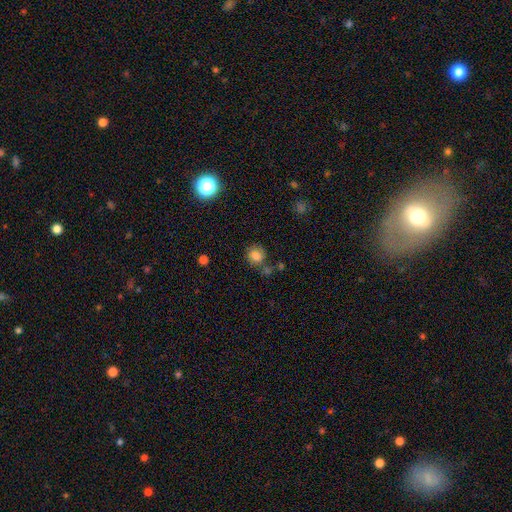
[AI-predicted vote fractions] A smooth galaxy with no disk features (82%) that is round (83%). Merging: none (73%).